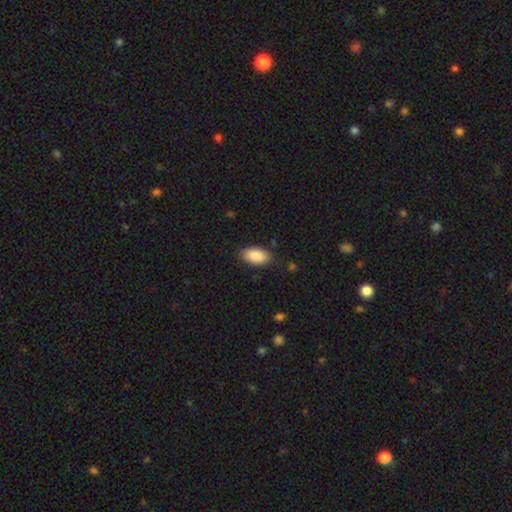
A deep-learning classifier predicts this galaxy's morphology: Overall: smooth (87%). How rounded: in between (94%). Merging: none (84%).